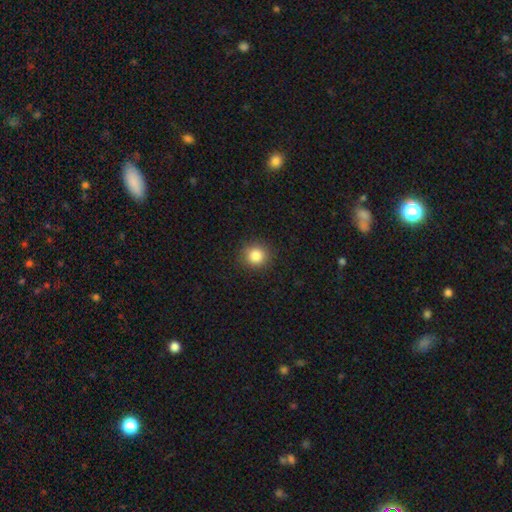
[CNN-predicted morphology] smooth-or-featured: smooth: 84% | star or artifact: 11% | featured or disk: 5%
  how-rounded: round: 90% | in between: 9% | cigar-shaped: 1%
  merging: none: 90% | minor disturbance: 7% | major disturbance: 2% | merger: 1%